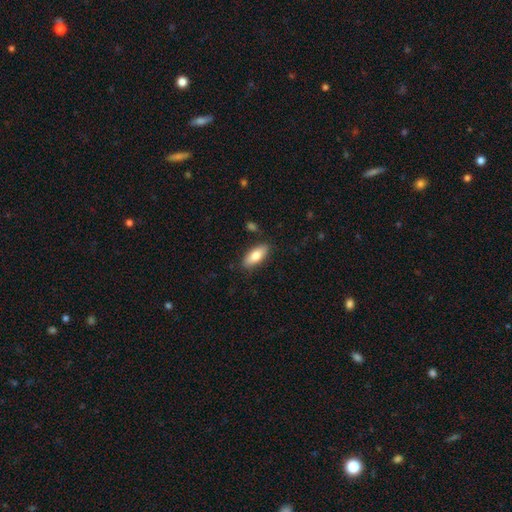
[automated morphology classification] Smooth or featured? Predicted: smooth (p=0.78). How rounded? Predicted: in between (p=0.80). Merging? Predicted: none (p=0.85).